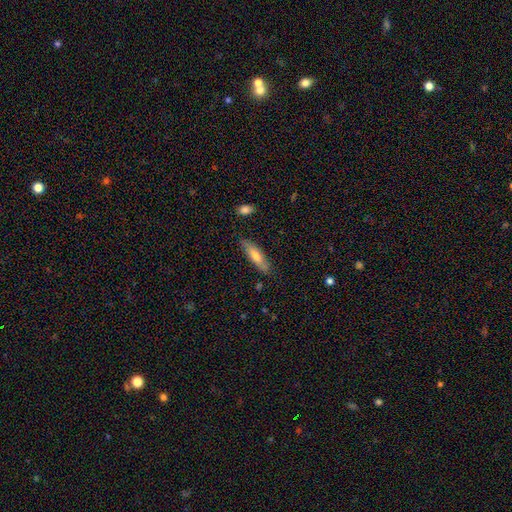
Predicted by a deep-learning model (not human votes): This appears to be a smooth galaxy with no disk features (68%) that is cigar-shaped (69%). Merging: none (84%).